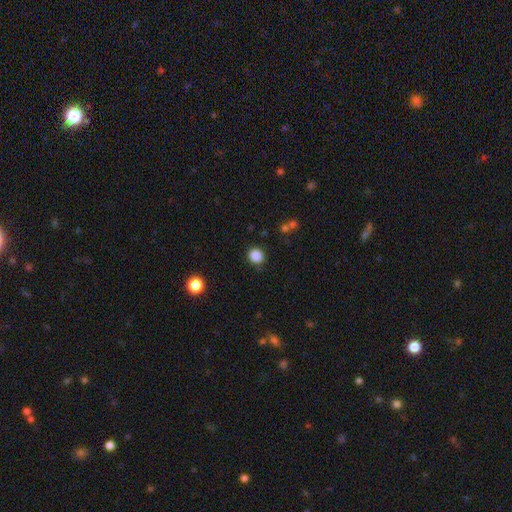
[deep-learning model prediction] smooth 86%, star or artifact 11%, featured or disk 3%. Down the decision tree: how rounded — round (80%); merging — none (84%).